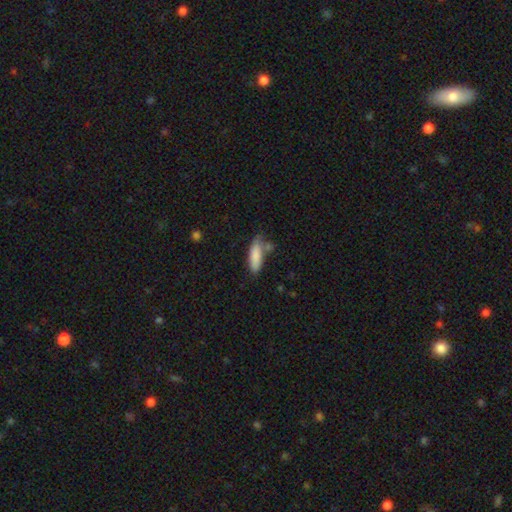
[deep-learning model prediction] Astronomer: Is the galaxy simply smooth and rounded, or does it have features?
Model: smooth — 84%.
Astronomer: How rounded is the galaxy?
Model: in between — 51% (runner-up: cigar-shaped, 47%).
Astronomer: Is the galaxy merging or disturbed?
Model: none — 63%.